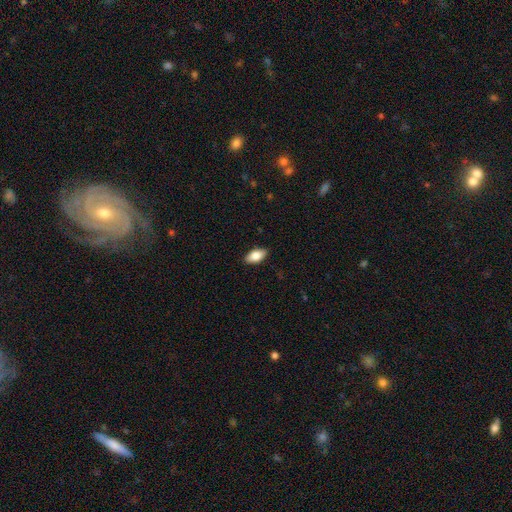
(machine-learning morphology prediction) A smooth galaxy with no disk features (81%) that is in between round and cigar-shaped (91%). Merging: none (88%).